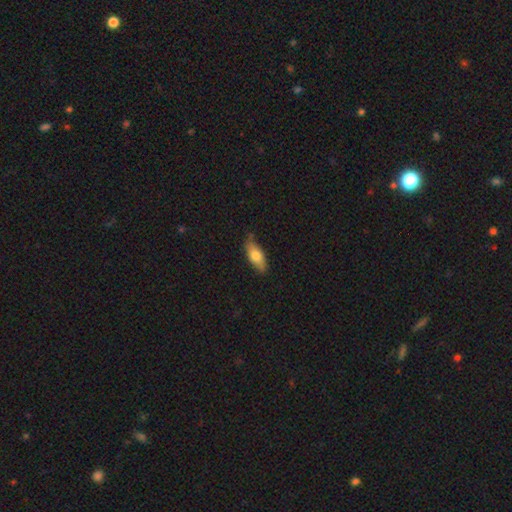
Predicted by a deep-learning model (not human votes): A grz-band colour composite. It shows a smooth galaxy with no disk features (71%) that is in between round and cigar-shaped (75%). Merging: none (76%).